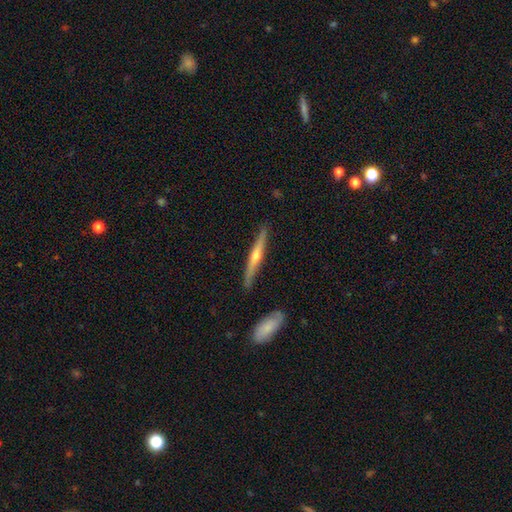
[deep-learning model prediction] smooth_or_featured: featured or disk (p=0.71) [alt: smooth p=0.24]
disk_edge_on: yes (p=0.97) [alt: no p=0.03]
edge_on_bulge: rounded (p=0.88) [alt: none p=0.09]
merging: none (p=0.88) [alt: minor disturbance p=0.08]